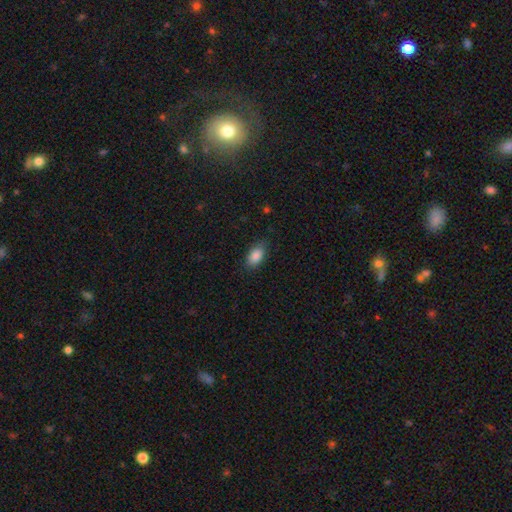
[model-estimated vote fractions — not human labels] Overall: smooth (87%). How rounded: in between (91%). Merging: none (78%).